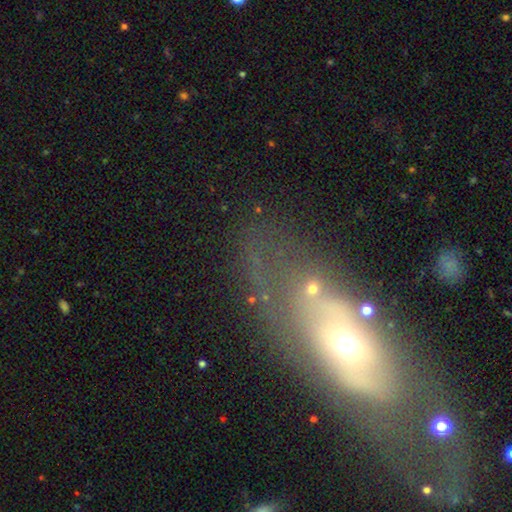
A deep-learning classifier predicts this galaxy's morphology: smooth_or_featured: featured or disk (p=0.43) [alt: smooth p=0.34]
merging: none (p=0.43) [alt: major disturbance p=0.25]